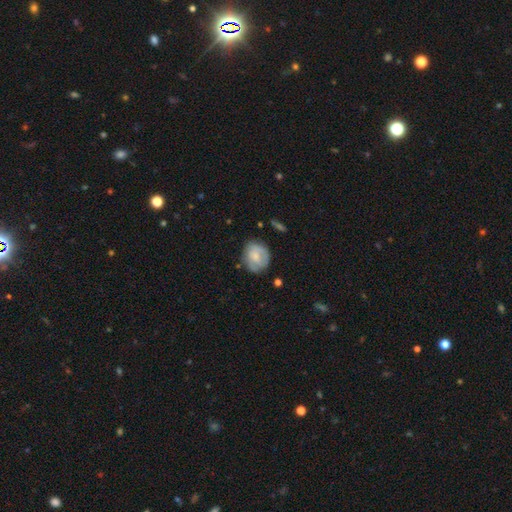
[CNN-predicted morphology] Q: Smooth or featured?
A: smooth (61%); runner-up: featured or disk (32%)
Q: How rounded?
A: round (67%); runner-up: in between (32%)
Q: Merging?
A: none (65%); runner-up: minor disturbance (24%)